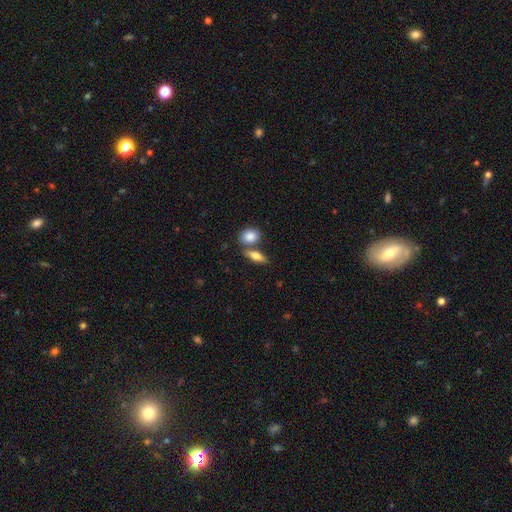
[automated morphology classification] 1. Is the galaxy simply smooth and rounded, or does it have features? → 72% smooth, 21% featured or disk, 7% star or artifact.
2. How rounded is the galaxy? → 66% in between, 25% cigar-shaped, 9% round.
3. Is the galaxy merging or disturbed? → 61% none, 26% merger, 10% minor disturbance, 3% major disturbance.